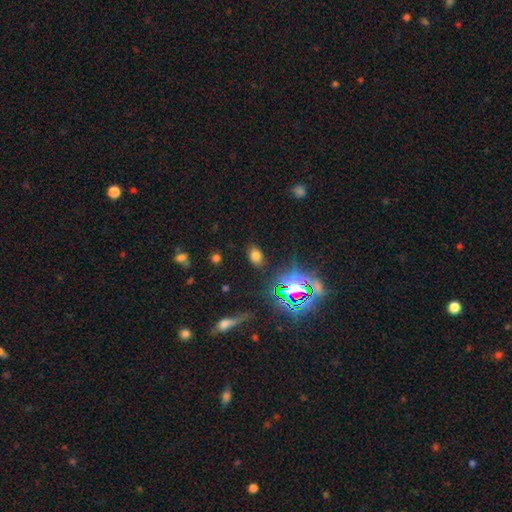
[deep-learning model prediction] This appears to be a smooth galaxy with no disk features (66%) that is in between round and cigar-shaped (79%). Merging: none (83%).